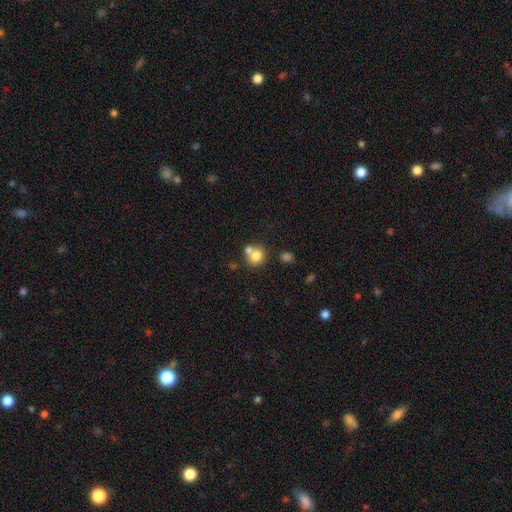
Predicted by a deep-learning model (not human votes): This appears to be a smooth galaxy with no disk features (78%) that is round (82%). Merging: none (50%).